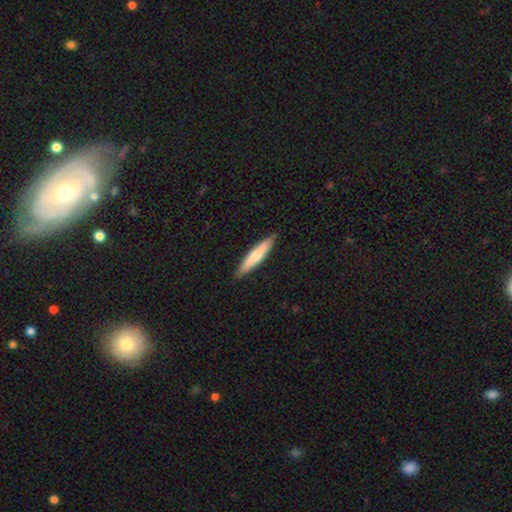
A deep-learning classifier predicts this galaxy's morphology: The model was most divided on "smooth or featured": smooth: 67%, featured or disk: 28%, star or artifact: 5%. More confident: how rounded — cigar-shaped (90%); merging — none (89%).